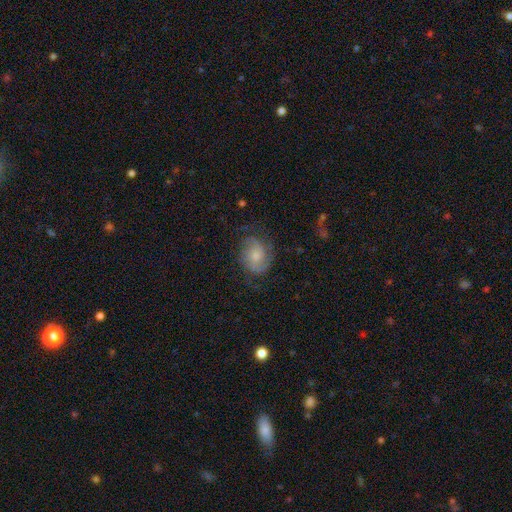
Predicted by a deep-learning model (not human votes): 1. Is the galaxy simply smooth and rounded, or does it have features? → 64% featured or disk, 28% smooth, 8% star or artifact.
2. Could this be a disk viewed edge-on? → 98% no, 2% yes.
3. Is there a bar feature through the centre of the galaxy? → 68% no, 28% weak, 4% strong.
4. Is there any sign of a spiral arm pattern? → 91% yes, 9% no.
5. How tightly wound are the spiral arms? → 45% medium, 34% tight, 20% loose.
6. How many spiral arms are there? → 65% 2, 17% can't tell, 9% 3, 5% 1, 3% 4, 2% more than 4.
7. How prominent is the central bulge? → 40% small (tied), 40% moderate (tied), 11% none, 7% large, 2% dominant.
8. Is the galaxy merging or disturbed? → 64% none, 21% minor disturbance, 13% major disturbance, 1% merger.